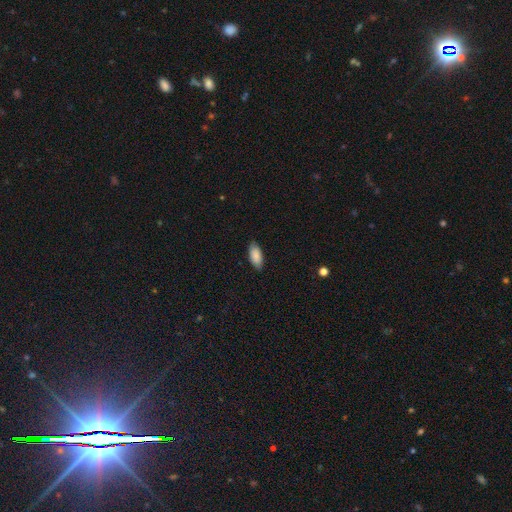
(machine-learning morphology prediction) Smooth or featured?
  - smooth: 88% *
  - featured or disk: 6%
  - star or artifact: 6%
How rounded?
  - in between: 88% *
  - cigar-shaped: 10%
  - round: 2%
Merging?
  - none: 85% *
  - minor disturbance: 12%
  - major disturbance: 2%
  - merger: 1%